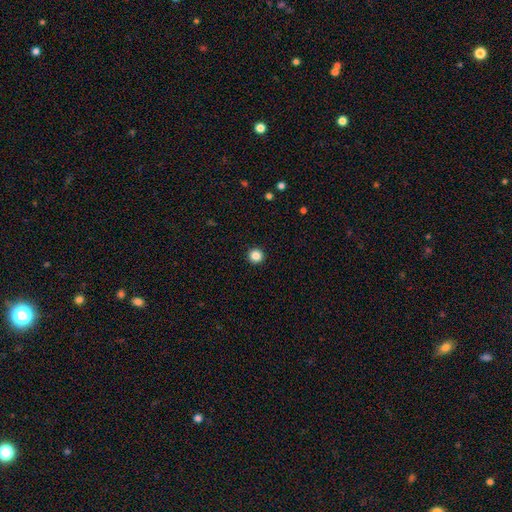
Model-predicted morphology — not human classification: smooth_or_featured: smooth (p=0.85) [alt: star or artifact p=0.11]
how_rounded: round (p=0.96) [alt: in between p=0.03]
merging: none (p=0.94) [alt: minor disturbance p=0.04]